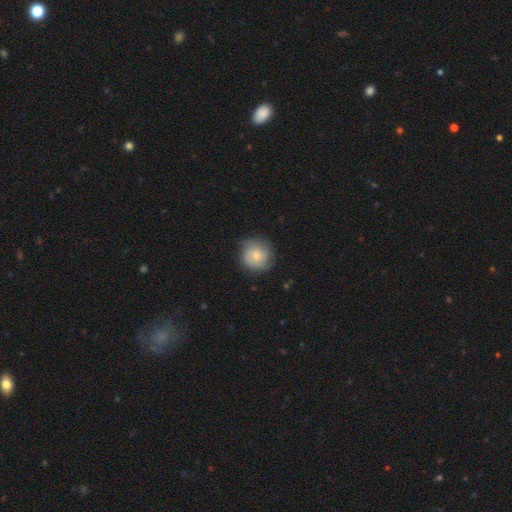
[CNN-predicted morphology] smooth-or-featured: smooth: 65% | featured or disk: 28% | star or artifact: 7%
  how-rounded: round: 91% | in between: 8% | cigar-shaped: 1%
  merging: none: 74% | minor disturbance: 20% | major disturbance: 5% | merger: 1%